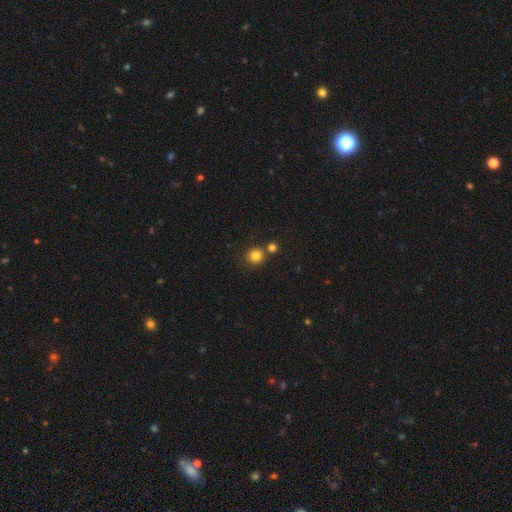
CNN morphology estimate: Q: Smooth or featured?
A: smooth (82%); runner-up: star or artifact (13%)
Q: How rounded?
A: round (93%); runner-up: in between (6%)
Q: Merging?
A: none (74%); runner-up: merger (17%)